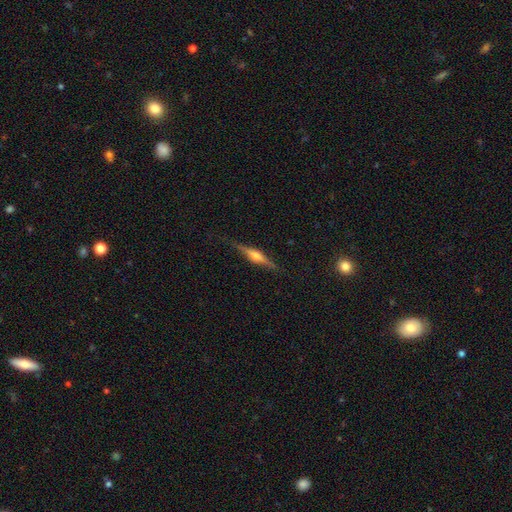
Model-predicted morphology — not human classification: A featured or disk galaxy (73%) viewed edge-on (98%) with a rounded central bulge (88%).

Vote fractions:
- Smooth or featured? featured or disk: 73% / smooth: 20% / star or artifact: 7%
- Edge-on disk? yes: 98% / no: 2%
- Edge-on bulge? rounded: 88% / boxy: 9% / none: 4%
- Merging? none: 88% / minor disturbance: 9% / major disturbance: 2% / merger: 1%